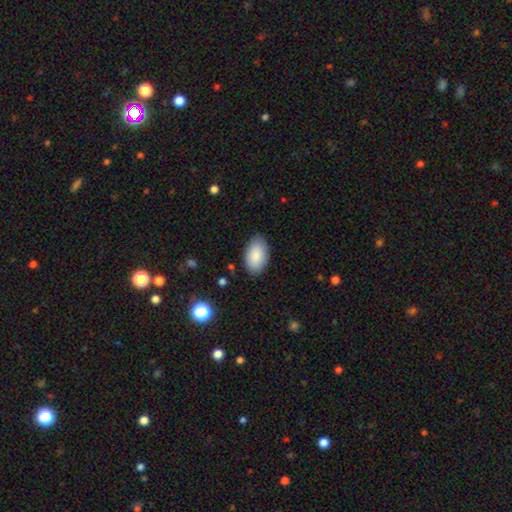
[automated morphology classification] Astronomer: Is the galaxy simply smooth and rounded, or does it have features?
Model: smooth — 89%.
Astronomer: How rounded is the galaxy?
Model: in between — 95%.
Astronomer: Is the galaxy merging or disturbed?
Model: none — 84%.